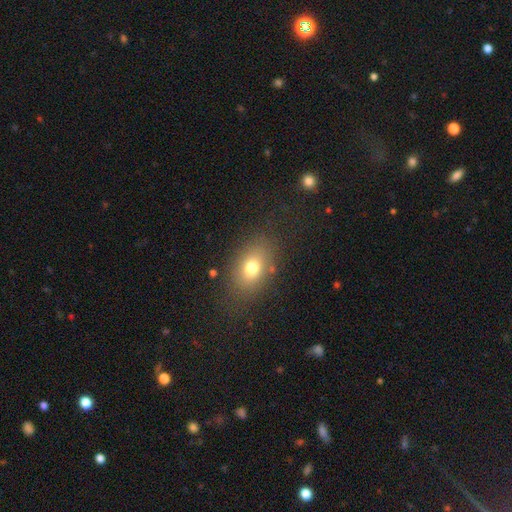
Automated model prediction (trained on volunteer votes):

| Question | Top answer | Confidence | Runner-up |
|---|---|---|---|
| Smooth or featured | smooth | 66% | star or artifact (24%) |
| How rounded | in between | 73% | round (25%) |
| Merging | none | 86% | minor disturbance (9%) |